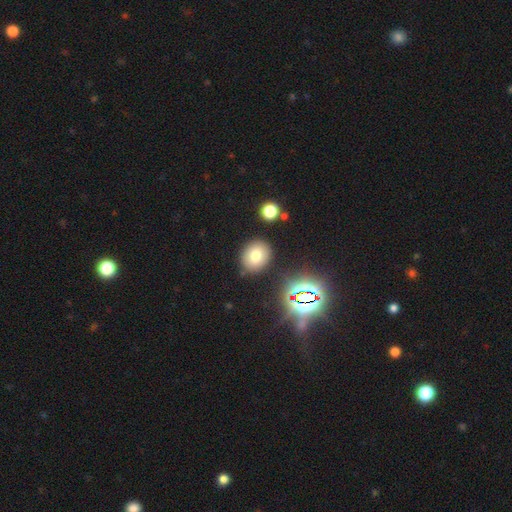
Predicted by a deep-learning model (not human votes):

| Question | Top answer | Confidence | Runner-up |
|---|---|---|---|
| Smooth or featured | smooth | 74% | star or artifact (15%) |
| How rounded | round | 55% | in between (44%) |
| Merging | none | 84% | minor disturbance (9%) |